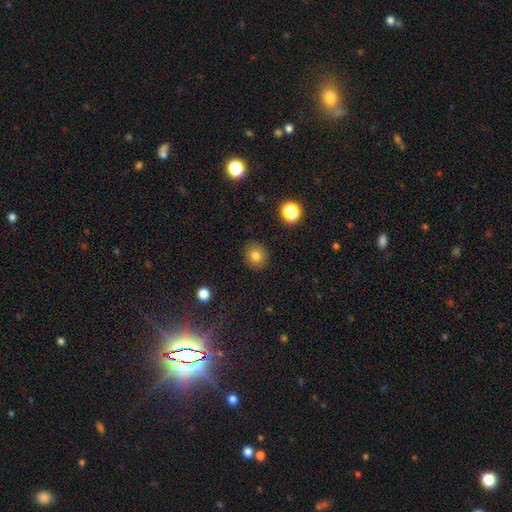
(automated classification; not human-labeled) Morphology: type=smooth (80%); roundness=round (86%); merging=none (90%).